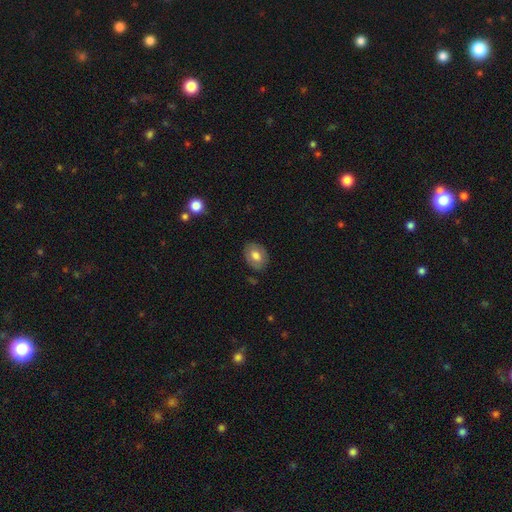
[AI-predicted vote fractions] This appears to be a smooth galaxy with no disk features (72%) that is in between round and cigar-shaped (71%). Merging: none (84%).